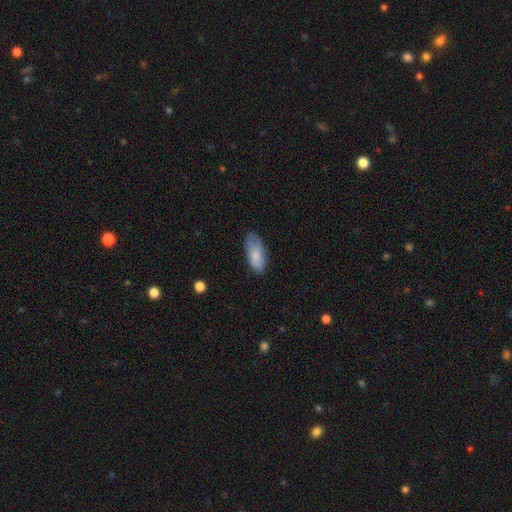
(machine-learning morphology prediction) Overall: smooth (77%). How rounded: in between (87%). Merging: none (70%).